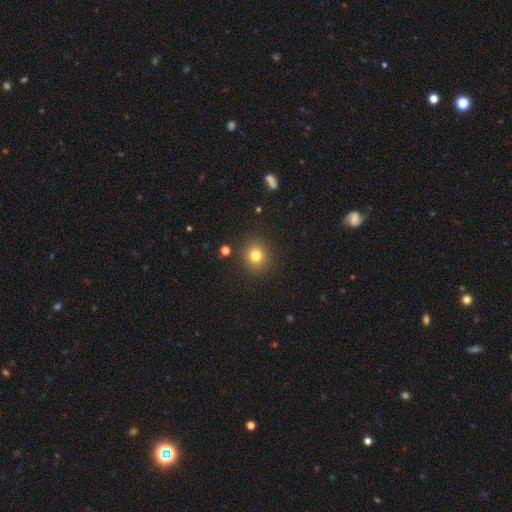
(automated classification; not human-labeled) This appears to be a smooth galaxy with no disk features (80%) that is round (83%). Merging: none (89%).